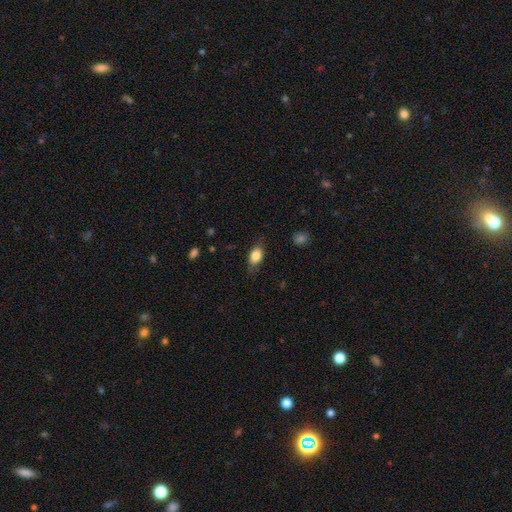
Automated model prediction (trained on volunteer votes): Smooth or featured?
  - smooth: 80% *
  - featured or disk: 12%
  - star or artifact: 8%
How rounded?
  - in between: 82% *
  - round: 14%
  - cigar-shaped: 4%
Merging?
  - none: 71% *
  - minor disturbance: 22%
  - major disturbance: 6%
  - merger: 1%